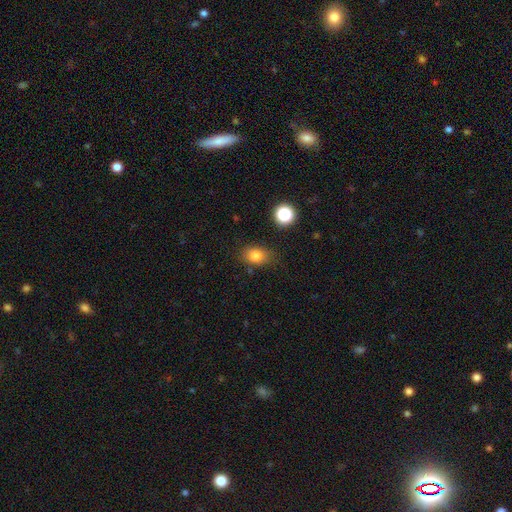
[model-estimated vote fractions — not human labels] Smooth or featured? smooth (80%)
How rounded? in between (62%)
Merging? none (74%)